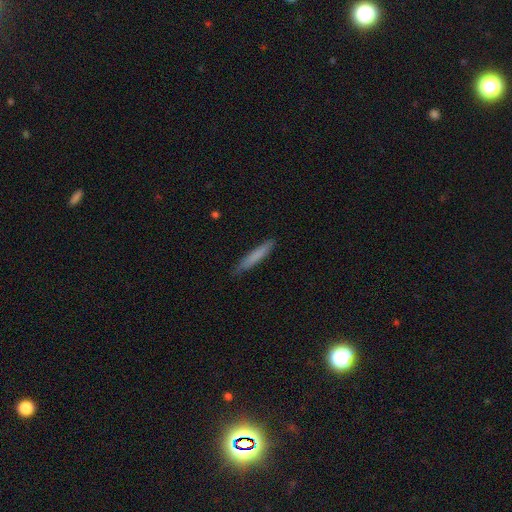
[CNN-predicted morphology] Smooth or featured? smooth (77%)
How rounded? cigar-shaped (95%)
Merging? none (86%)